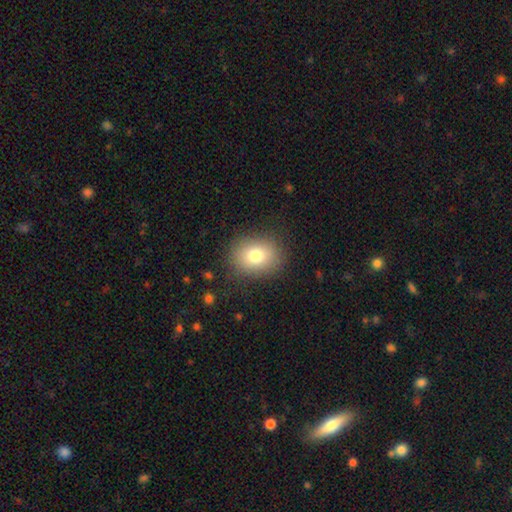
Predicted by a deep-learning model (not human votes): Smooth or featured? Predicted: smooth (p=0.79). How rounded? Predicted: round (p=0.50). Merging? Predicted: none (p=0.85).